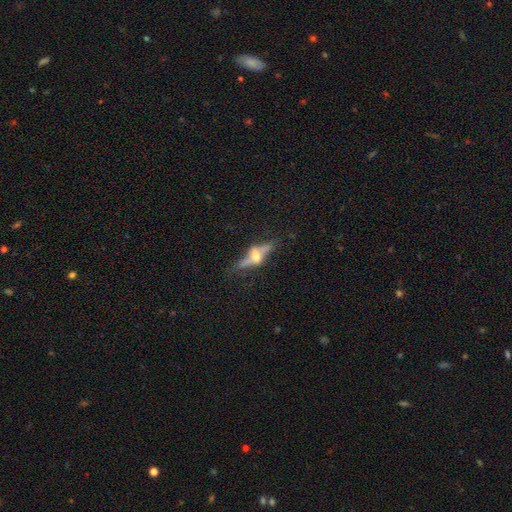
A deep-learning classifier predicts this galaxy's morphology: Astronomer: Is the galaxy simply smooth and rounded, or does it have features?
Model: featured or disk — 71%.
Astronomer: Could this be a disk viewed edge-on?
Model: yes — 85%.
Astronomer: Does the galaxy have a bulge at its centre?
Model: rounded — 94%.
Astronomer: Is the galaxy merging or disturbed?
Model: none — 64%.